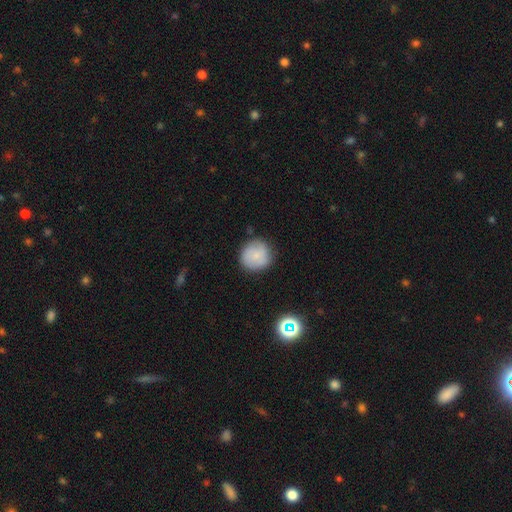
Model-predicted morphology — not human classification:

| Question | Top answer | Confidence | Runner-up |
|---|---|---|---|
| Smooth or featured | smooth | 72% | featured or disk (19%) |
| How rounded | round | 92% | in between (8%) |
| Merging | none | 80% | minor disturbance (15%) |